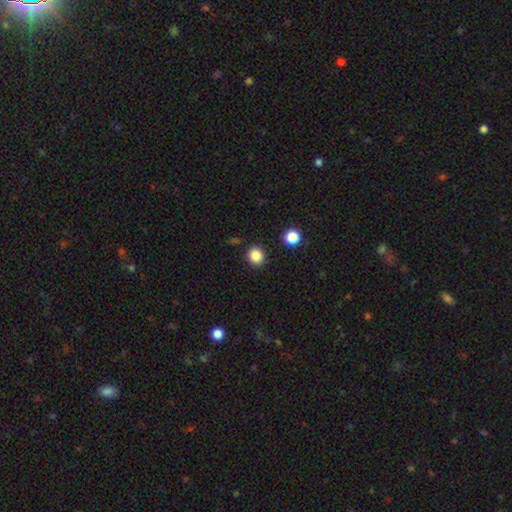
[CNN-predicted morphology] type=smooth (85%); roundness=round (88%); merging=none (89%).